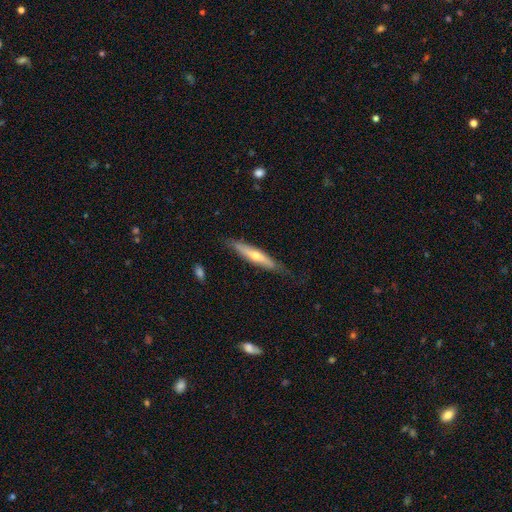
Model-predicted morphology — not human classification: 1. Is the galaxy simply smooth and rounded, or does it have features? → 54% featured or disk, 40% smooth, 6% star or artifact.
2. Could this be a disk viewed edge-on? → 86% yes, 14% no.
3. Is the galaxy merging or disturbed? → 75% none, 19% minor disturbance, 4% major disturbance, 1% merger.